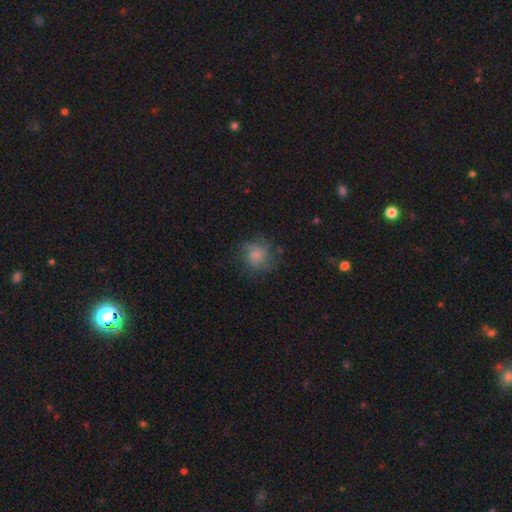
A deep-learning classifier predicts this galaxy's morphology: smooth 60%, featured or disk 25%, star or artifact 15%. Down the decision tree: how rounded — round (80%); merging — none (67%).